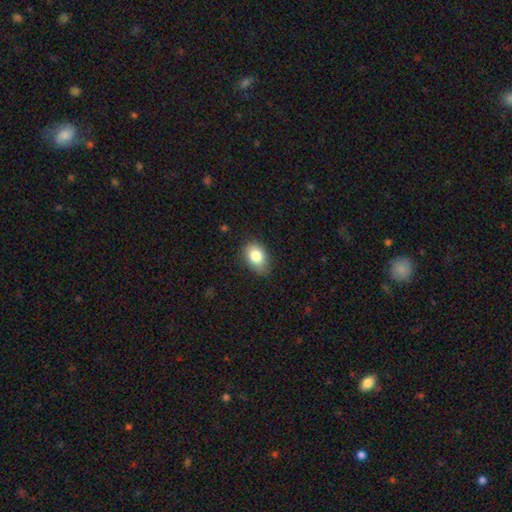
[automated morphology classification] A smooth galaxy with no disk features (82%) that is in between round and cigar-shaped (82%). Merging: none (76%).